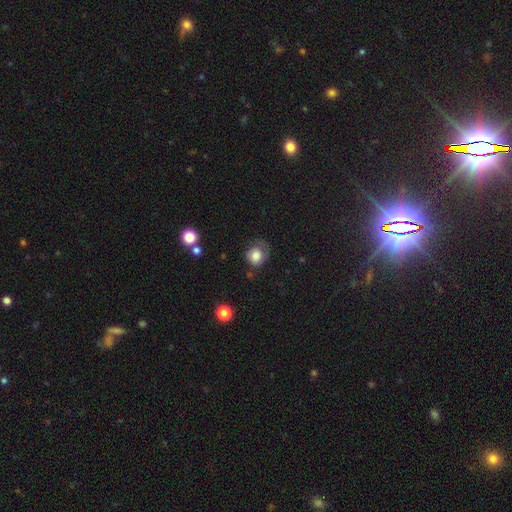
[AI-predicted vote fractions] smooth 76%, featured or disk 16%, star or artifact 9%. Down the decision tree: how rounded — round (73%); merging — none (46%).